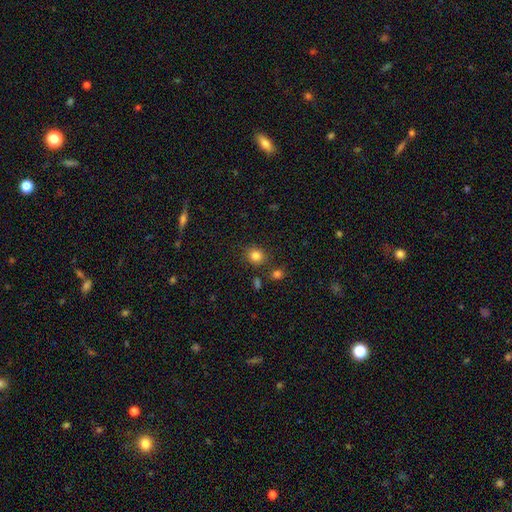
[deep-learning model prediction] The model was most divided on "how rounded": round: 77%, in between: 22%, cigar-shaped: 1%. More confident: smooth or featured — smooth (83%); merging — none (82%).